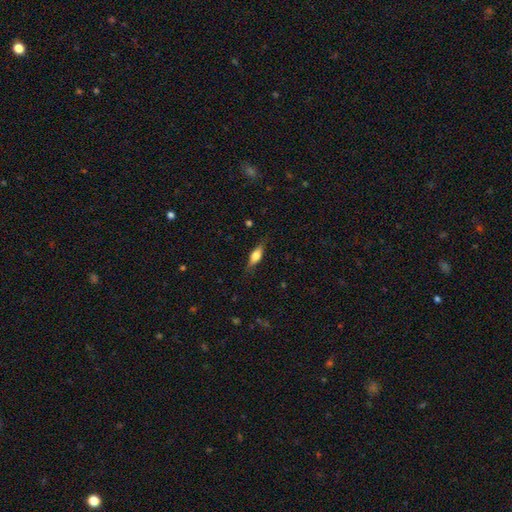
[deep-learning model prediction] A smooth galaxy with no disk features (63%) that is in between round and cigar-shaped (59%).

Vote fractions:
- Smooth or featured? smooth: 63% / featured or disk: 30% / star or artifact: 7%
- How rounded? in between: 59% / cigar-shaped: 37% / round: 4%
- Merging? none: 81% / minor disturbance: 15% / major disturbance: 4% / merger: 1%